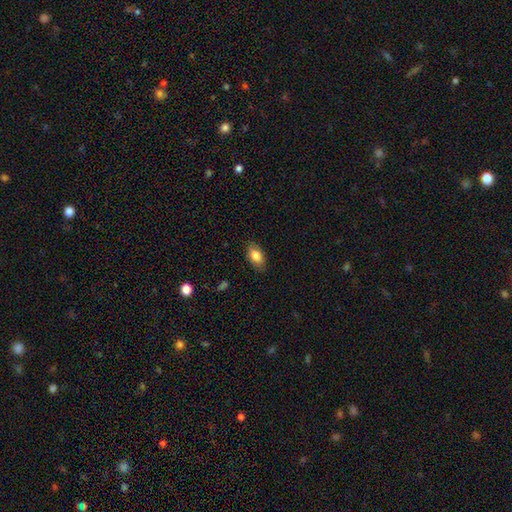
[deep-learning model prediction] This is likely a smooth galaxy (80%). How rounded: clearly in between (90%). Merging: clearly none (85%).